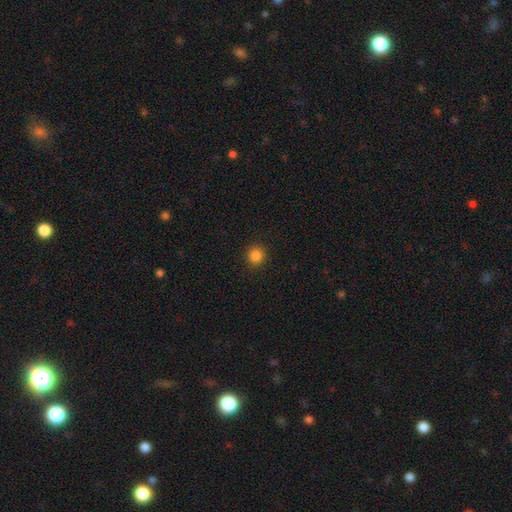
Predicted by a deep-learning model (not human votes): A smooth galaxy with no disk features (85%) that is round (93%).

Vote fractions:
- Smooth or featured? smooth: 85% / star or artifact: 11% / featured or disk: 3%
- How rounded? round: 93% / in between: 6% / cigar-shaped: 1%
- Merging? none: 92% / minor disturbance: 5% / major disturbance: 2% / merger: 1%